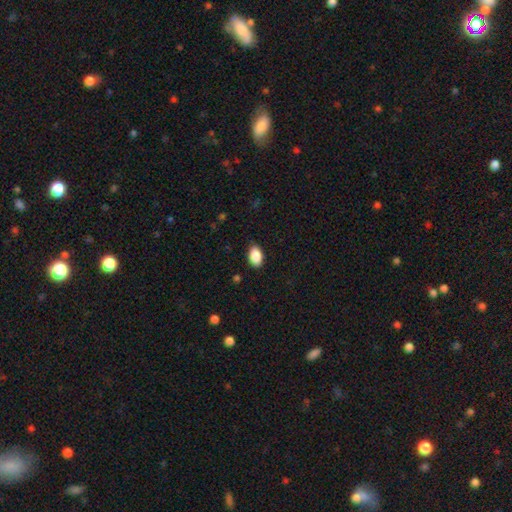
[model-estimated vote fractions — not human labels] Smooth or featured?
  - smooth: 89% *
  - star or artifact: 7%
  - featured or disk: 4%
How rounded?
  - in between: 92% *
  - round: 7%
  - cigar-shaped: 1%
Merging?
  - none: 85% *
  - minor disturbance: 12%
  - major disturbance: 2%
  - merger: 1%